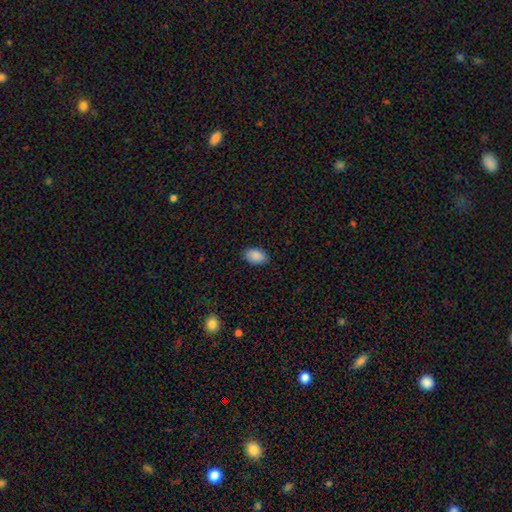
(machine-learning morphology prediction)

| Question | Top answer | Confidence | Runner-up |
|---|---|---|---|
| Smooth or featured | smooth | 89% | star or artifact (7%) |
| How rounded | in between | 91% | round (8%) |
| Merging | none | 85% | minor disturbance (12%) |